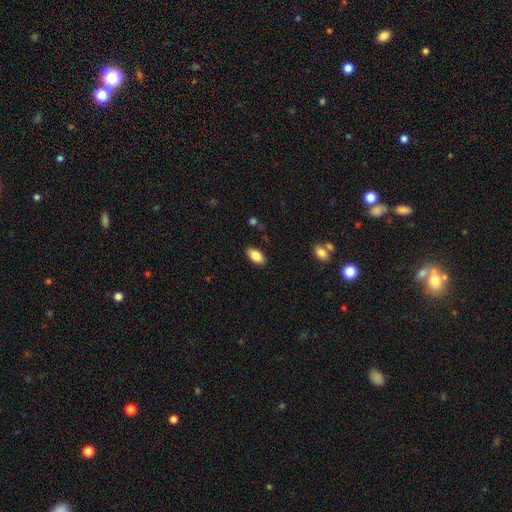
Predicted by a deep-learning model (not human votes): A smooth galaxy with no disk features (85%) that is in between round and cigar-shaped (93%). Merging: none (87%).